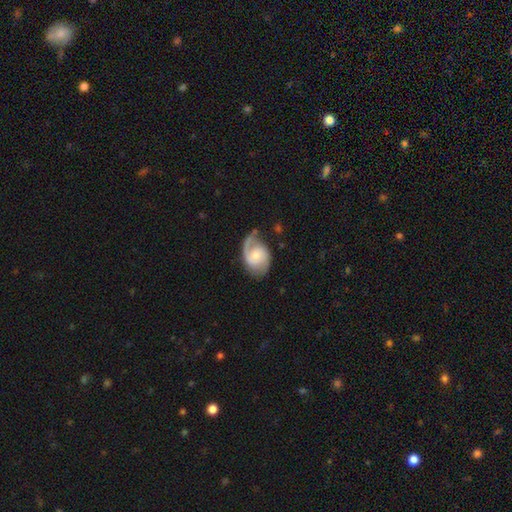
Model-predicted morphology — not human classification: Smooth or featured? Predicted: featured or disk (p=0.79). Edge-on disk? Predicted: no (p=0.97). Bar? Predicted: no (p=0.60). Spiral arms? Predicted: yes (p=0.95). Spiral winding? Predicted: medium (p=0.46). Spiral arm count? Predicted: 2 (p=0.68). Bulge size? Predicted: moderate (p=0.46). Merging? Predicted: none (p=0.62).